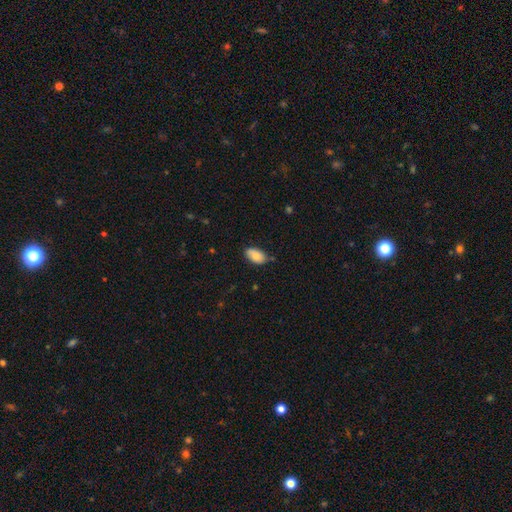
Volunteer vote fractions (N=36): Morphology: type=smooth (78%); roundness=in between (100%); merging=none (68%).